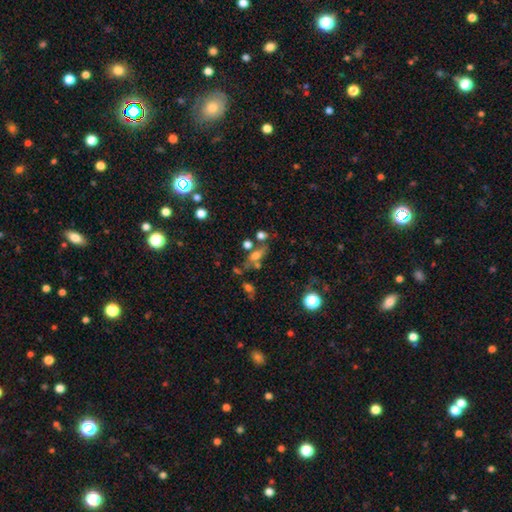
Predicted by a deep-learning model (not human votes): The model was most divided on "smooth or featured": smooth: 53%, featured or disk: 30%, star or artifact: 17%. Remaining: how rounded — in between (57%); merging — none (49%).